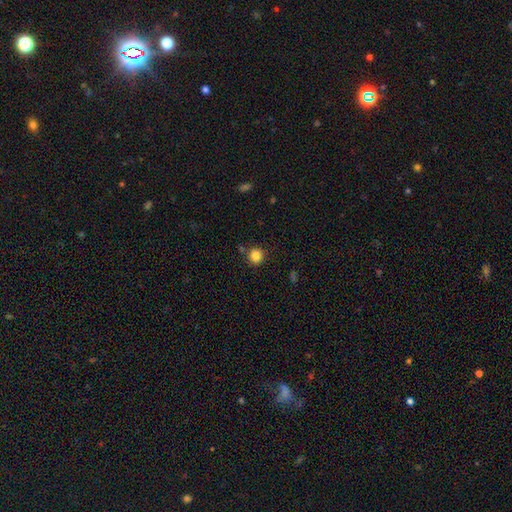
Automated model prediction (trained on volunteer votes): Smooth or featured? Predicted: smooth (p=0.84). How rounded? Predicted: round (p=0.92). Merging? Predicted: none (p=0.83).